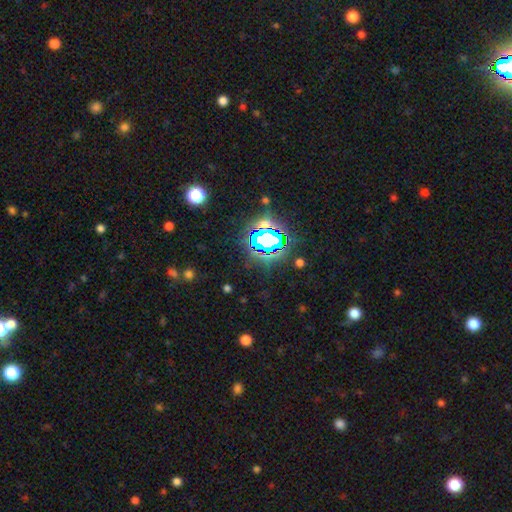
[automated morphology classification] Smooth or featured? star or artifact (80%)